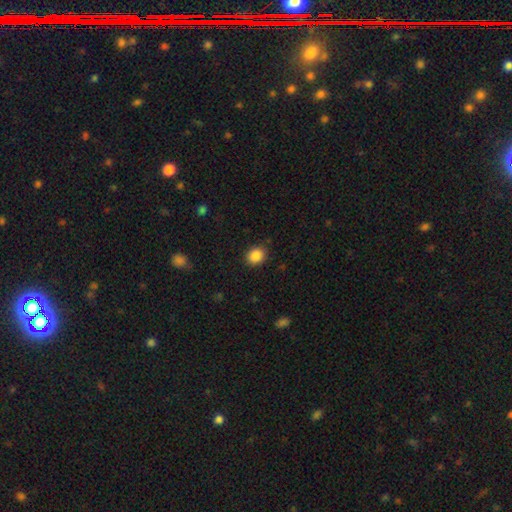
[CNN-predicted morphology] Smooth or featured?
  - smooth: 88% *
  - star or artifact: 9%
  - featured or disk: 3%
How rounded?
  - round: 58% *
  - in between: 41%
  - cigar-shaped: 1%
Merging?
  - none: 88% *
  - minor disturbance: 9%
  - major disturbance: 3%
  - merger: 1%